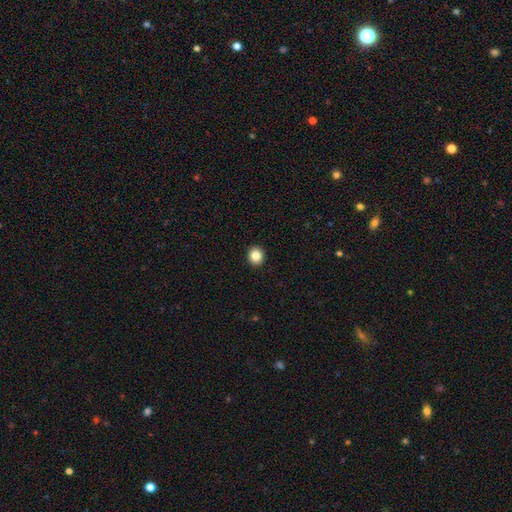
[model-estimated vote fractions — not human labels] Smooth or featured: smooth — 85% (star or artifact — 10%)
How rounded: round — 85% (in between — 14%)
Merging: none — 94% (minor disturbance — 4%)